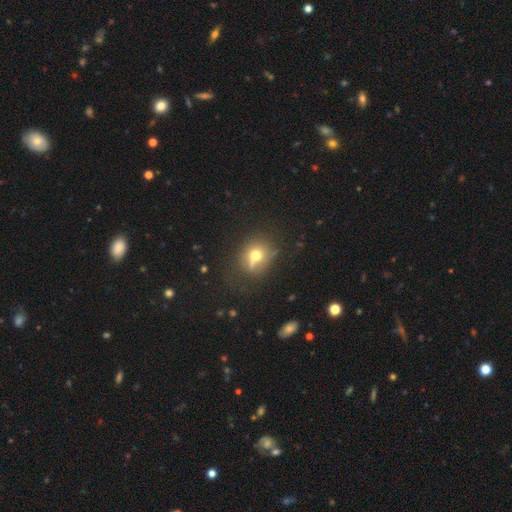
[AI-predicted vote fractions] smooth_or_featured: smooth (p=0.63) [alt: featured or disk p=0.21]
how_rounded: round (p=0.73) [alt: in between p=0.25]
merging: none (p=0.57) [alt: minor disturbance p=0.20]